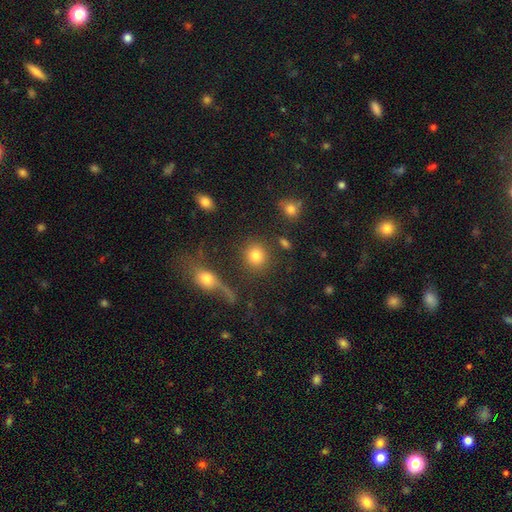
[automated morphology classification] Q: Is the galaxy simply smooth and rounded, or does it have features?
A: smooth — 80%.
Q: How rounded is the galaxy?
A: round — 86%.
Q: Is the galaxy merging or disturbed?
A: none — 80%.